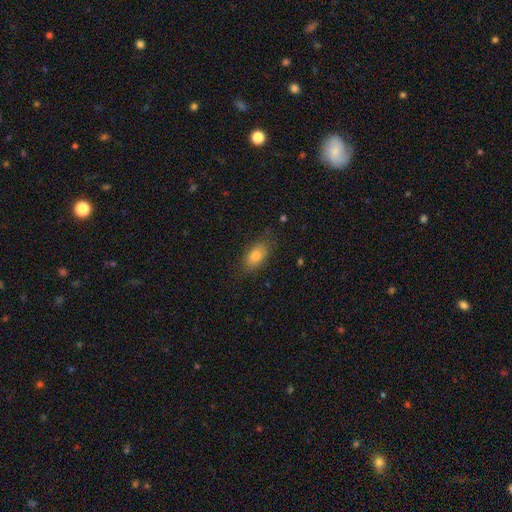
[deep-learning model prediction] A smooth galaxy with no disk features (80%) that is in between round and cigar-shaped (87%).

Vote fractions:
- Smooth or featured? smooth: 80% / featured or disk: 12% / star or artifact: 8%
- How rounded? in between: 87% / round: 8% / cigar-shaped: 5%
- Merging? none: 78% / minor disturbance: 16% / major disturbance: 4% / merger: 1%